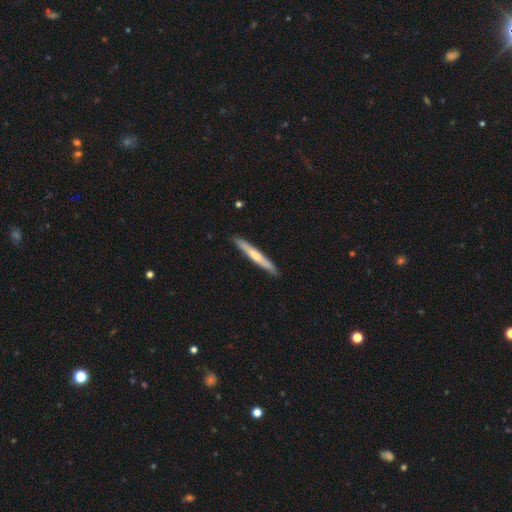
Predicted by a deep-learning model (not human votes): The model was most divided on "smooth or featured": smooth: 50%, featured or disk: 45%, star or artifact: 5%. More confident: how rounded — cigar-shaped (96%); merging — none (90%).